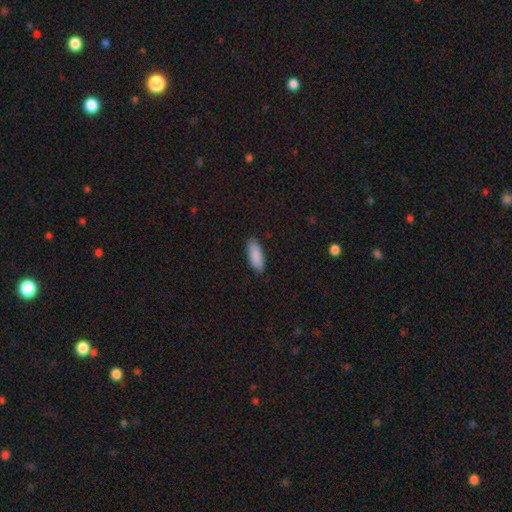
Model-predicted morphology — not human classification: smooth 90%, star or artifact 6%, featured or disk 5%. Down the decision tree: how rounded — in between (78%); merging — none (87%).